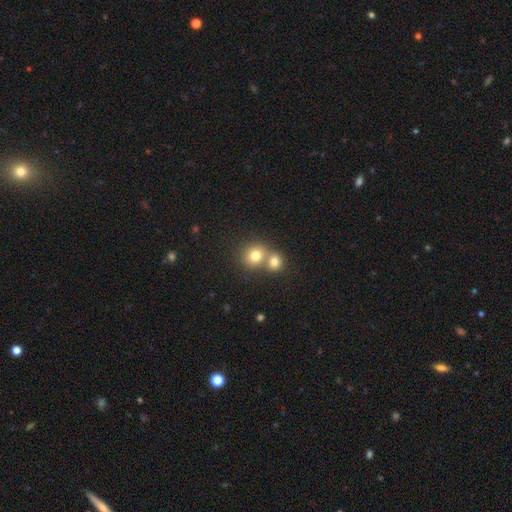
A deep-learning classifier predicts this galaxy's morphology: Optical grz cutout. It shows a smooth galaxy with no disk features (77%) that is round (81%). Merging: merger (52%).